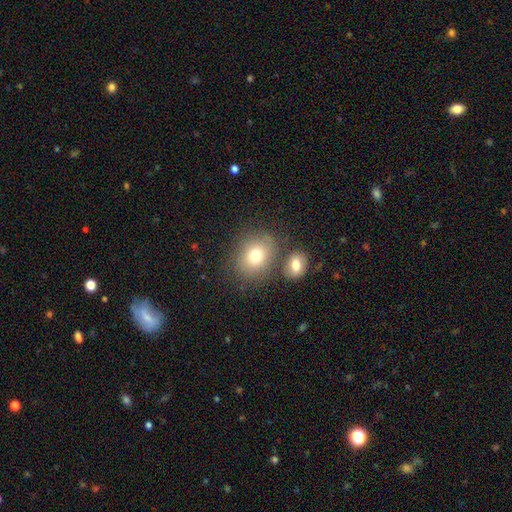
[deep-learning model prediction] Smooth or featured?
  - smooth: 75% *
  - featured or disk: 13%
  - star or artifact: 11%
How rounded?
  - round: 55% *
  - in between: 44%
  - cigar-shaped: 1%
Merging?
  - none: 66% *
  - merger: 17%
  - minor disturbance: 13%
  - major disturbance: 5%